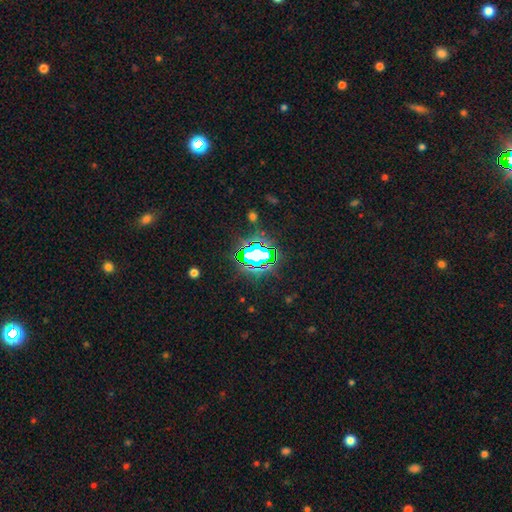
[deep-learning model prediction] Overall: star or artifact (72%).